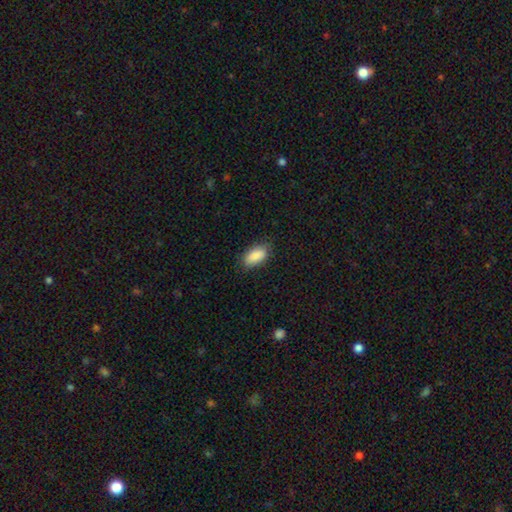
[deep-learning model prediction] Q: Smooth or featured?
A: smooth (86%); runner-up: featured or disk (7%)
Q: How rounded?
A: in between (91%); runner-up: cigar-shaped (5%)
Q: Merging?
A: none (80%); runner-up: minor disturbance (16%)